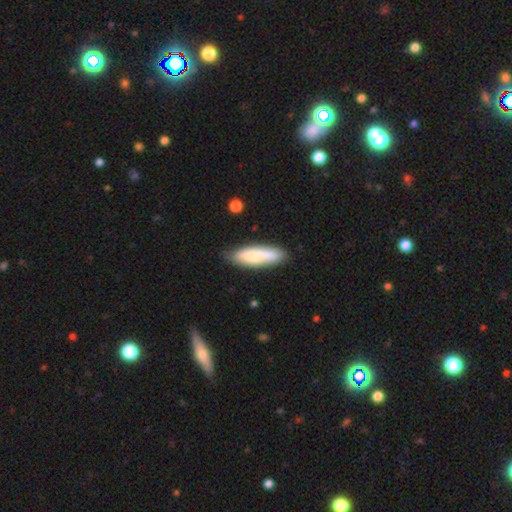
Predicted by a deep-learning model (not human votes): Overall: smooth (78%). How rounded: cigar-shaped (59%; in between 40%). Merging: none (76%).